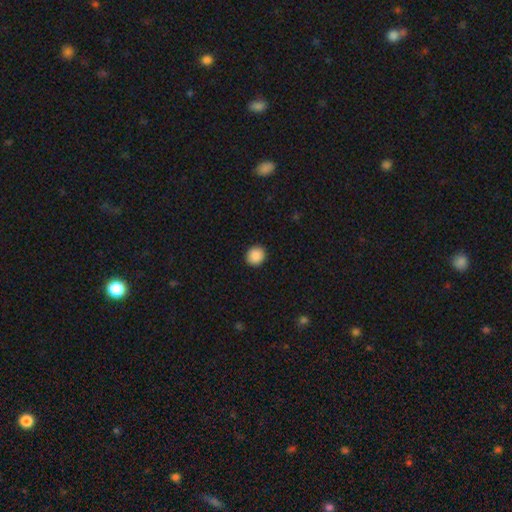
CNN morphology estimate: A smooth galaxy with no disk features (89%) that is round (85%).

Vote fractions:
- Smooth or featured? smooth: 89% / star or artifact: 8% / featured or disk: 3%
- How rounded? round: 85% / in between: 14% / cigar-shaped: 1%
- Merging? none: 92% / minor disturbance: 6% / major disturbance: 2% / merger: 1%